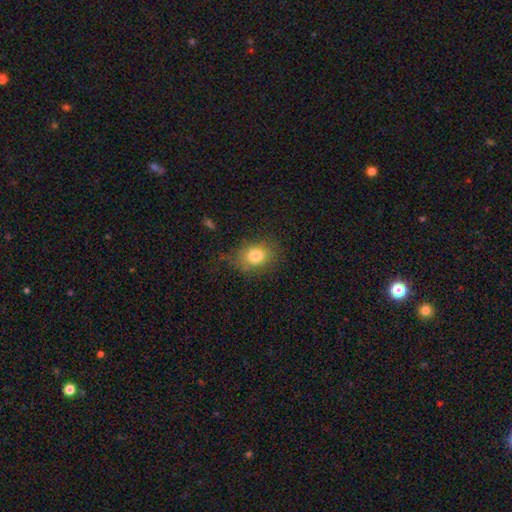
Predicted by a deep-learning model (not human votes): This appears to be a smooth galaxy with no disk features (79%) that is round (56%). Merging: none (68%).